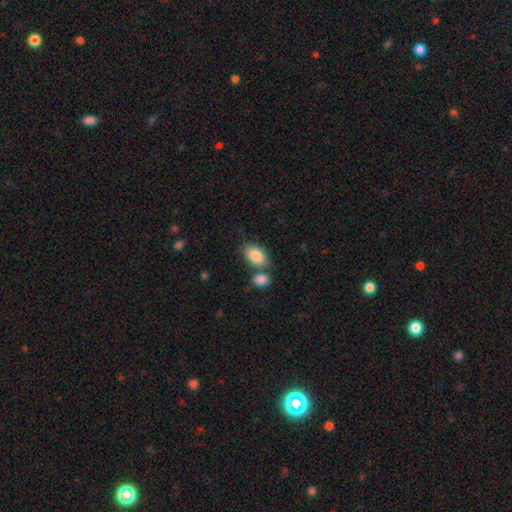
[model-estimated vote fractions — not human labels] smooth-or-featured: smooth: 87% | featured or disk: 7% | star or artifact: 6%
  how-rounded: in between: 93% | round: 5% | cigar-shaped: 2%
  merging: none: 60% | merger: 24% | minor disturbance: 12% | major disturbance: 3%